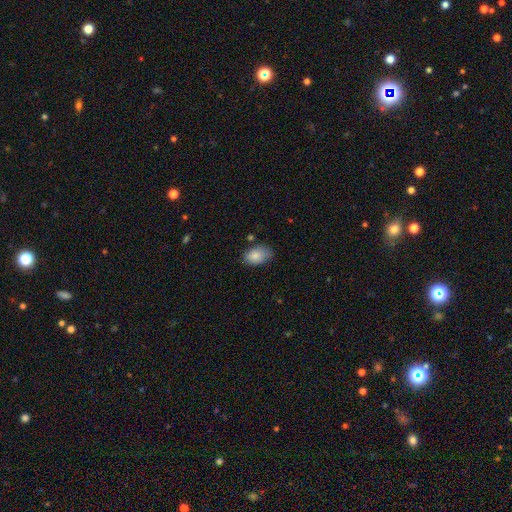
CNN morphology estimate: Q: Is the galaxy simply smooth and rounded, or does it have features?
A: smooth — 84%.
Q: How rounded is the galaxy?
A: in between — 91%.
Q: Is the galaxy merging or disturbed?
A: none — 71%.